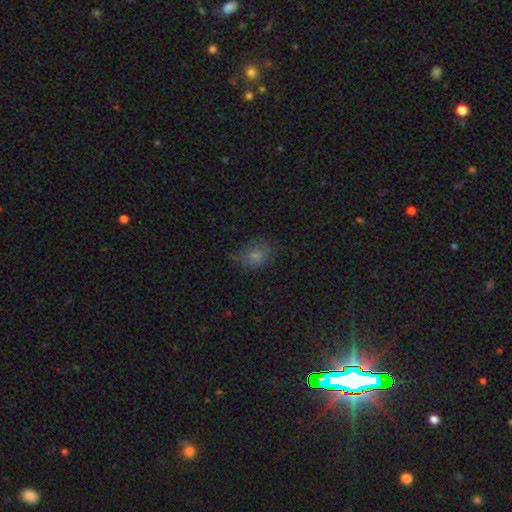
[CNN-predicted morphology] Smooth or featured?
  - smooth: 73% *
  - star or artifact: 14%
  - featured or disk: 12%
How rounded?
  - in between: 58% *
  - round: 41%
  - cigar-shaped: 1%
Merging?
  - none: 57% *
  - minor disturbance: 29%
  - major disturbance: 12%
  - merger: 2%